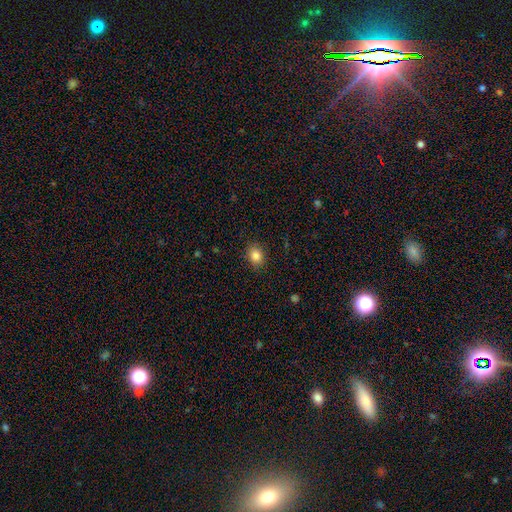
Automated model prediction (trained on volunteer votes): A smooth galaxy with no disk features (85%) that is in between round and cigar-shaped (55%).

Vote fractions:
- Smooth or featured? smooth: 85% / star or artifact: 10% / featured or disk: 5%
- How rounded? in between: 55% / round: 44% / cigar-shaped: 1%
- Merging? none: 87% / minor disturbance: 9% / major disturbance: 3% / merger: 1%